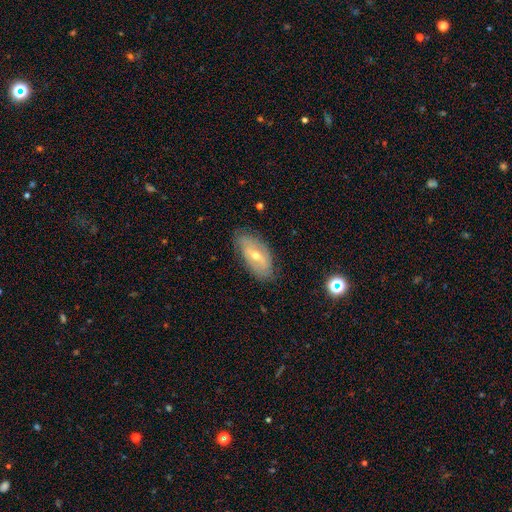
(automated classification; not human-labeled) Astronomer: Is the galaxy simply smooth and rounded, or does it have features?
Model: featured or disk — 57% (runner-up: smooth, 34%).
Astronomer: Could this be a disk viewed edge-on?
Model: no — 83%.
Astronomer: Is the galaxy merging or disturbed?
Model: none — 76%.